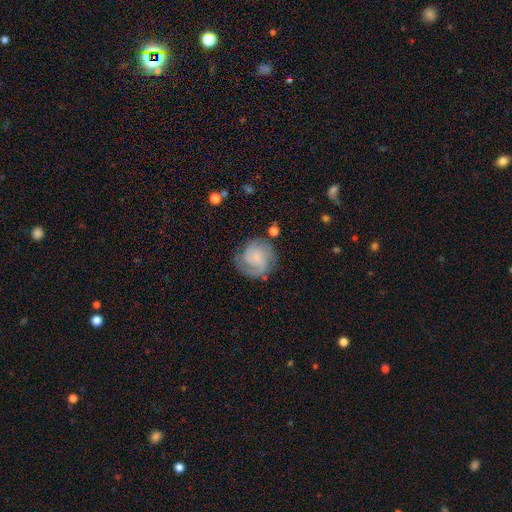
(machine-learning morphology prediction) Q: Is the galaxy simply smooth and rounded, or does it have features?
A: featured or disk — 69%.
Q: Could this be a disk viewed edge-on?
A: no — 98%.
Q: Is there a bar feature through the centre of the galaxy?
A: no — 63%.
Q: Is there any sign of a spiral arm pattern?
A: yes — 94%.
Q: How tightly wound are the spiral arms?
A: tight — 49%.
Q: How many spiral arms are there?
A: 2 — 43%.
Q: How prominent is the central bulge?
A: none — 47%.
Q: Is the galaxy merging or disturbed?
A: none — 72%.